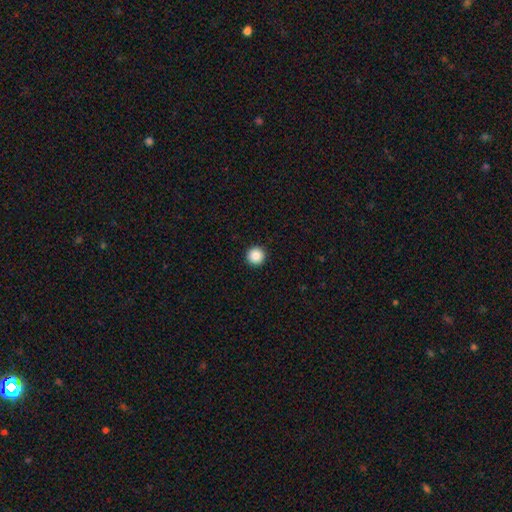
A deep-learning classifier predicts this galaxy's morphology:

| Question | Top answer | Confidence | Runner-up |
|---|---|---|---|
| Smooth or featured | smooth | 87% | star or artifact (9%) |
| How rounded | round | 97% | in between (2%) |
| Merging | none | 94% | minor disturbance (4%) |